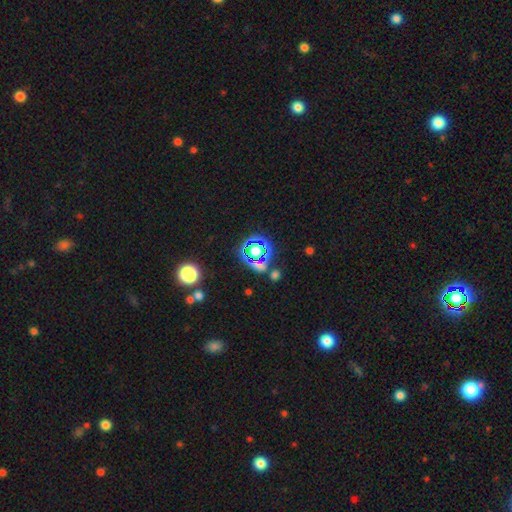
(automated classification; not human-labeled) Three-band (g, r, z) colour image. It shows a star or artifact, not a galaxy (58%).